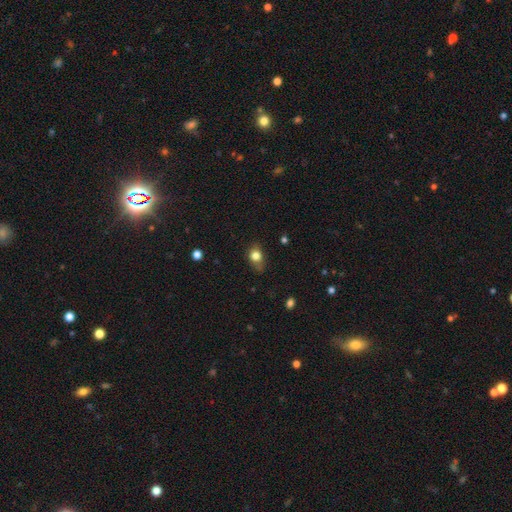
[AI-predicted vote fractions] smooth 79%, star or artifact 11%, featured or disk 10%. Down the decision tree: how rounded — in between (52%); merging — none (60%).